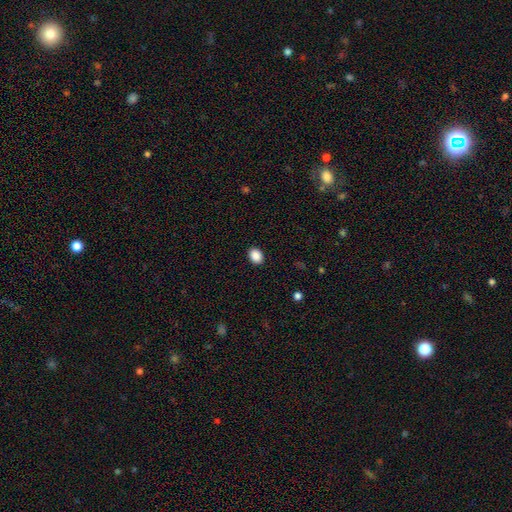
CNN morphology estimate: This is clearly a smooth galaxy (89%). How rounded: likely in between (63%). Merging: clearly none (91%).